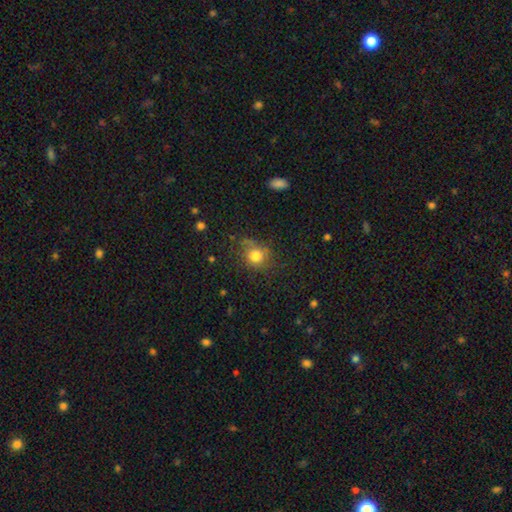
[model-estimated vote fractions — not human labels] smooth_or_featured: smooth (p=0.76) [alt: star or artifact p=0.13]
how_rounded: round (p=0.80) [alt: in between p=0.19]
merging: none (p=0.70) [alt: minor disturbance p=0.19]